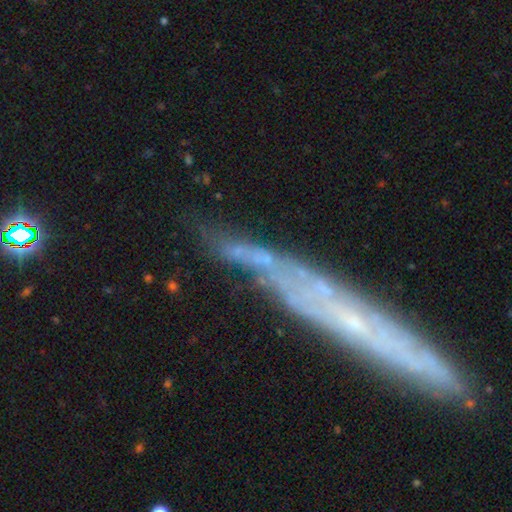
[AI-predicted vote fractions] Overall: featured or disk (53%; smooth 31%). Edge-on disk: yes (54%; no 46%). Merging: none (55%; minor disturbance 20%).